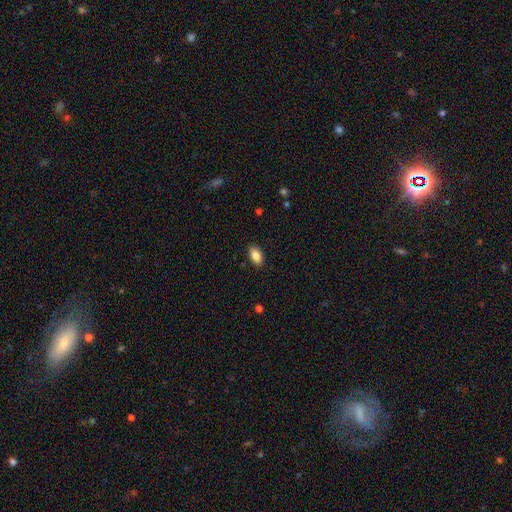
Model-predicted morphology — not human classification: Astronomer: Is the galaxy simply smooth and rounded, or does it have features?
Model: smooth — 86%.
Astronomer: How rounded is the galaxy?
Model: in between — 91%.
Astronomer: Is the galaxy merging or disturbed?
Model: none — 88%.